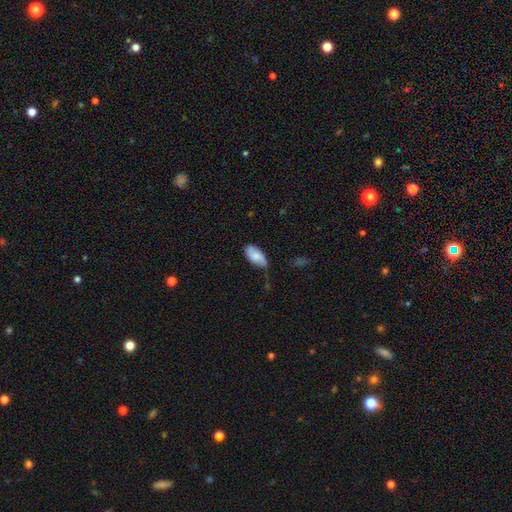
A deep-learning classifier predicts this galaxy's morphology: Overall: smooth (78%). How rounded: in between (93%). Merging: none (53%; minor disturbance 36%).